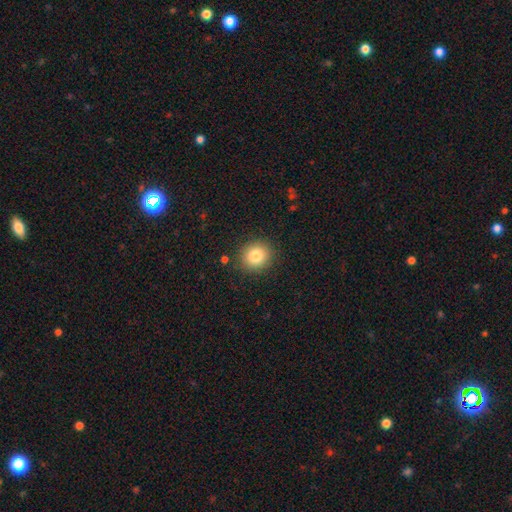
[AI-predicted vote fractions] This appears to be a smooth galaxy with no disk features (82%) that is round (86%). Merging: none (89%).